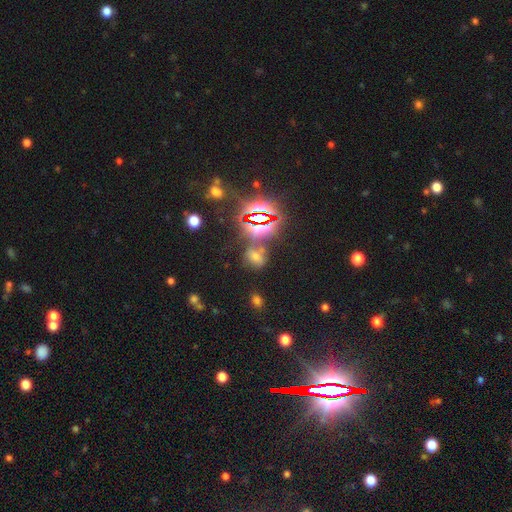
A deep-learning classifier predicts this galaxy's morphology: Smooth or featured? star or artifact (51%)